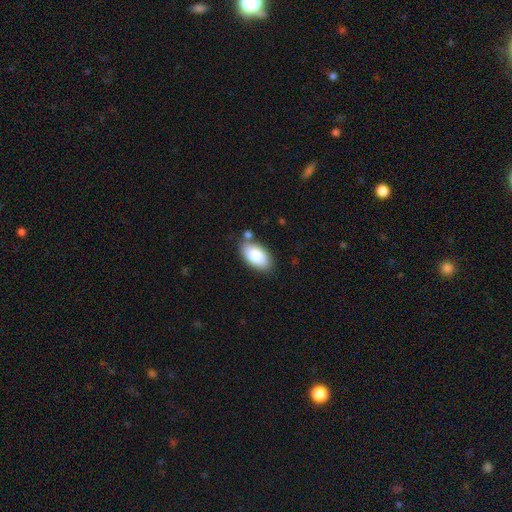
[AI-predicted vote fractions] Overall: smooth (86%). How rounded: in between (95%). Merging: none (76%).